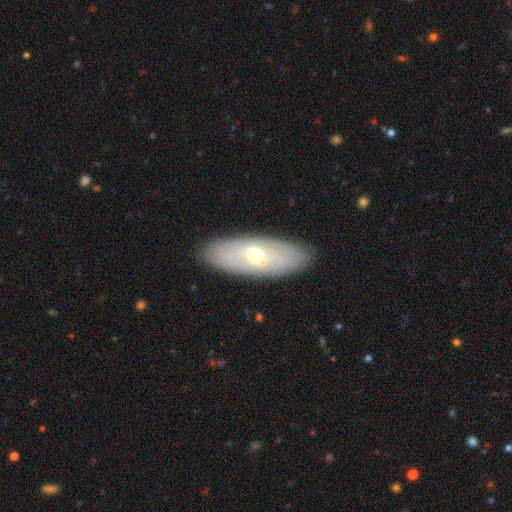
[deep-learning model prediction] This appears to be a featured or disk galaxy (58%). Merging: none (87%).